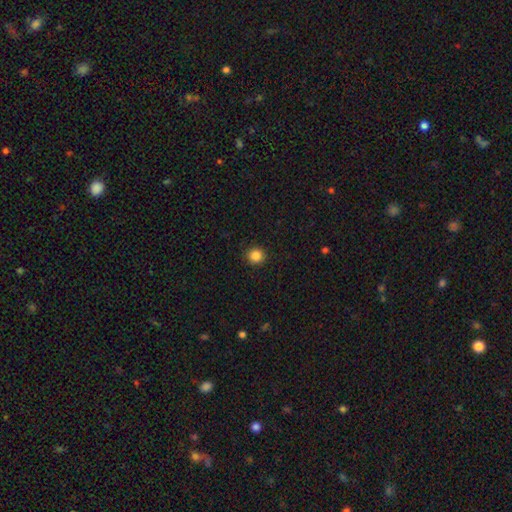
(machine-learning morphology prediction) type=smooth (86%); roundness=round (94%); merging=none (92%).